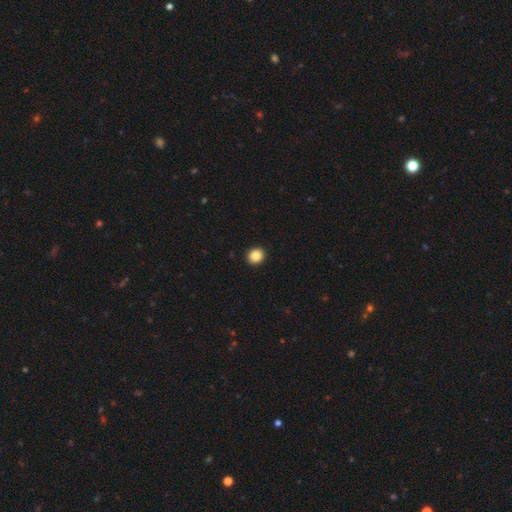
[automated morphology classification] The model was most divided on "how rounded": round: 88%, in between: 11%, cigar-shaped: 1%. More confident: merging — none (93%); smooth or featured — smooth (87%).